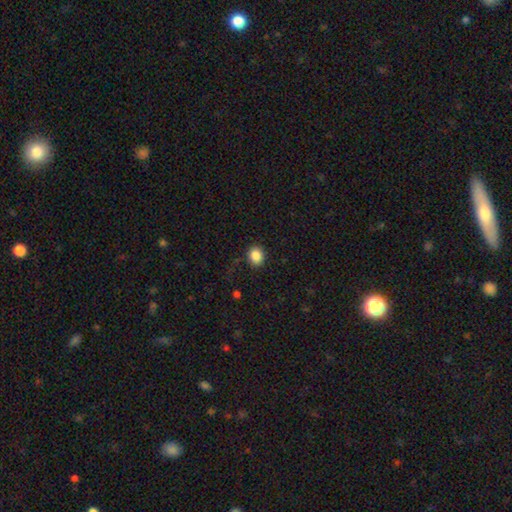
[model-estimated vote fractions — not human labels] smooth-or-featured: smooth: 87% | star or artifact: 9% | featured or disk: 4%
  how-rounded: round: 60% | in between: 39% | cigar-shaped: 1%
  merging: none: 85% | minor disturbance: 10% | major disturbance: 3% | merger: 1%